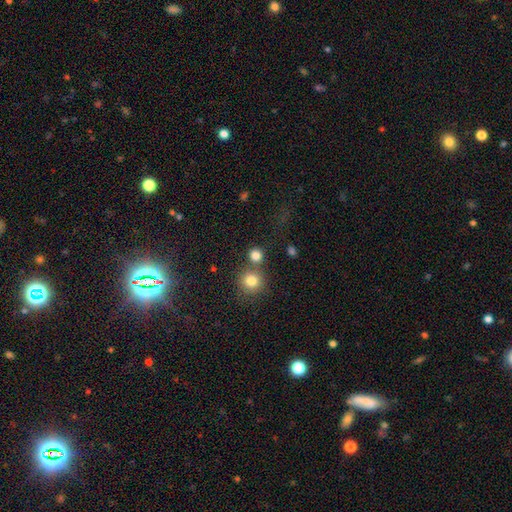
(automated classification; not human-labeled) Smooth or featured?
  - smooth: 82% *
  - star or artifact: 11%
  - featured or disk: 6%
How rounded?
  - round: 88% *
  - in between: 11%
  - cigar-shaped: 1%
Merging?
  - none: 63% *
  - merger: 26%
  - minor disturbance: 7%
  - major disturbance: 4%